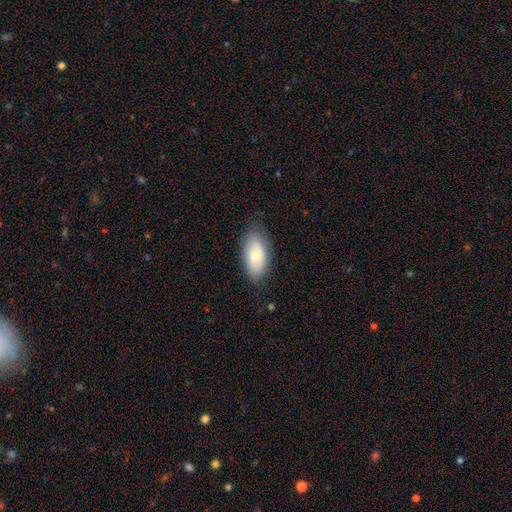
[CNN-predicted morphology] A smooth galaxy with no disk features (73%) that is in between round and cigar-shaped (93%).

Vote fractions:
- Smooth or featured? smooth: 73% / featured or disk: 21% / star or artifact: 6%
- How rounded? in between: 93% / cigar-shaped: 4% / round: 3%
- Merging? none: 80% / minor disturbance: 15% / major disturbance: 3% / merger: 1%